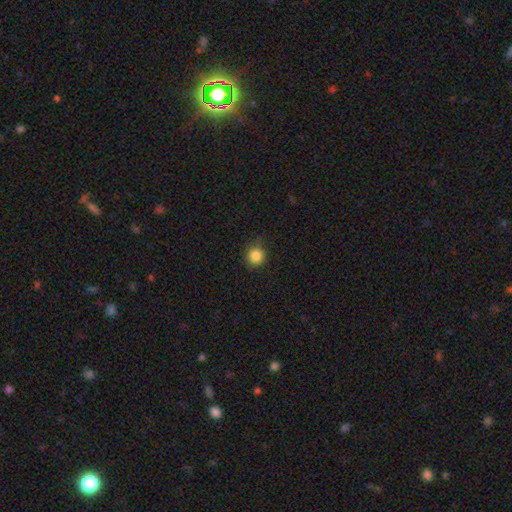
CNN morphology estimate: Q: Smooth or featured?
A: smooth (85%); runner-up: star or artifact (11%)
Q: How rounded?
A: round (92%); runner-up: in between (7%)
Q: Merging?
A: none (82%); runner-up: minor disturbance (14%)